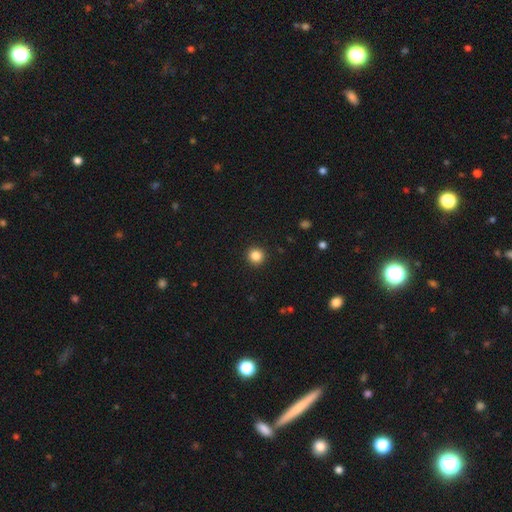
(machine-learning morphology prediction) This appears to be a smooth galaxy with no disk features (85%) that is round (94%). Merging: none (93%).